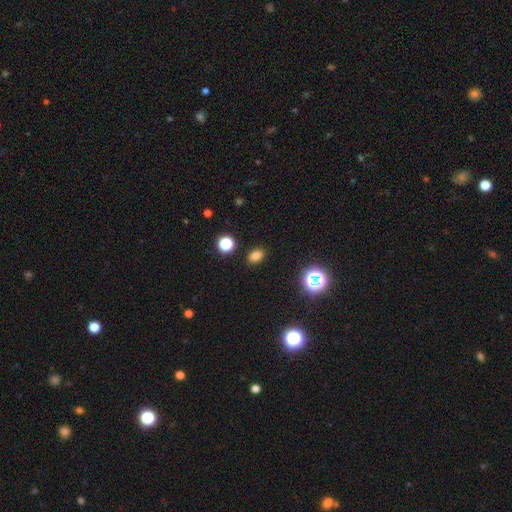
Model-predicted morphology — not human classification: Smooth or featured?
  - smooth: 76% *
  - star or artifact: 19%
  - featured or disk: 5%
How rounded?
  - in between: 73% *
  - round: 26%
  - cigar-shaped: 1%
Merging?
  - none: 87% *
  - minor disturbance: 8%
  - major disturbance: 3%
  - merger: 2%